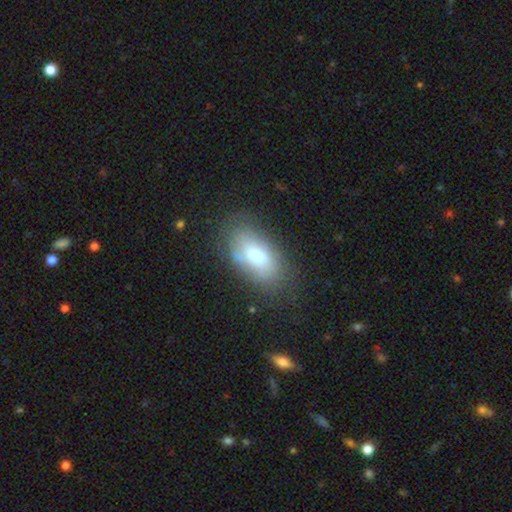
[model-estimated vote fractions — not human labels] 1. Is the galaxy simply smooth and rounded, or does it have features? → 65% smooth, 26% featured or disk, 9% star or artifact.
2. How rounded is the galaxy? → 92% in between, 5% round, 3% cigar-shaped.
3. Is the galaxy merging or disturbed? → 71% none, 20% minor disturbance, 7% major disturbance, 3% merger.